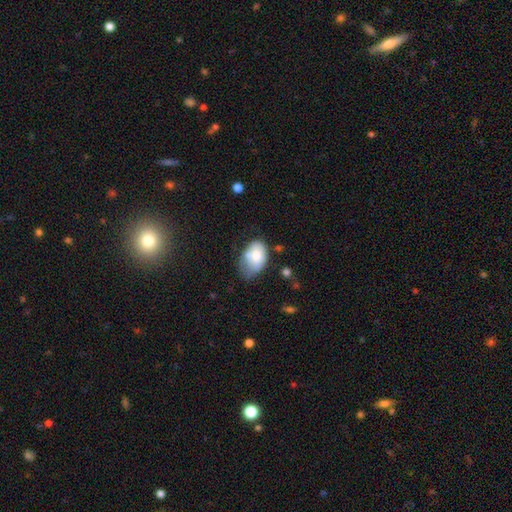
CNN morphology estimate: smooth-or-featured: smooth: 71% | featured or disk: 22% | star or artifact: 7%
  how-rounded: in between: 86% | round: 12% | cigar-shaped: 1%
  merging: minor disturbance: 37% | none: 35% | major disturbance: 17% | merger: 11%